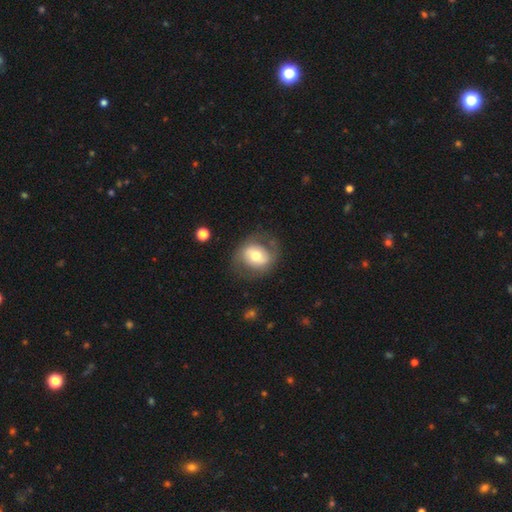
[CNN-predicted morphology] smooth 50%, featured or disk 43%, star or artifact 7%. Down the decision tree: merging — none (71%).